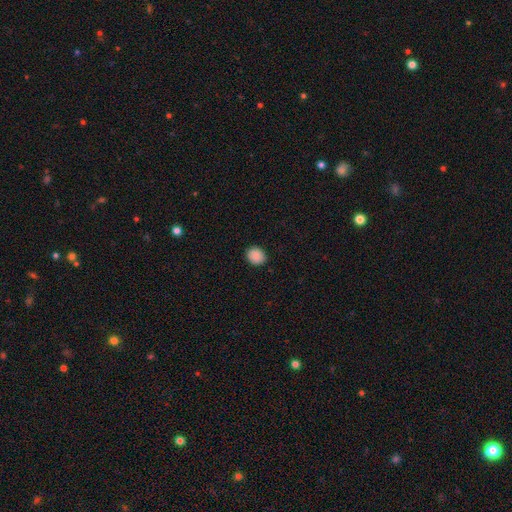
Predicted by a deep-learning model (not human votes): A smooth galaxy with no disk features (89%) that is round (66%).

Vote fractions:
- Smooth or featured? smooth: 89% / star or artifact: 8% / featured or disk: 3%
- How rounded? round: 66% / in between: 33% / cigar-shaped: 1%
- Merging? none: 90% / minor disturbance: 7% / major disturbance: 2% / merger: 1%